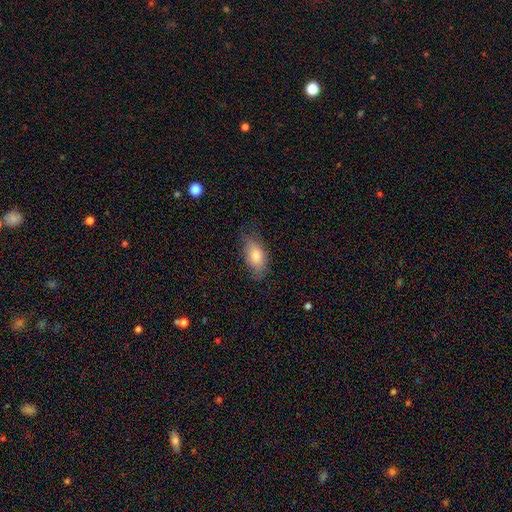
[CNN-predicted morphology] type=smooth (80%); roundness=in between (90%); merging=none (74%).